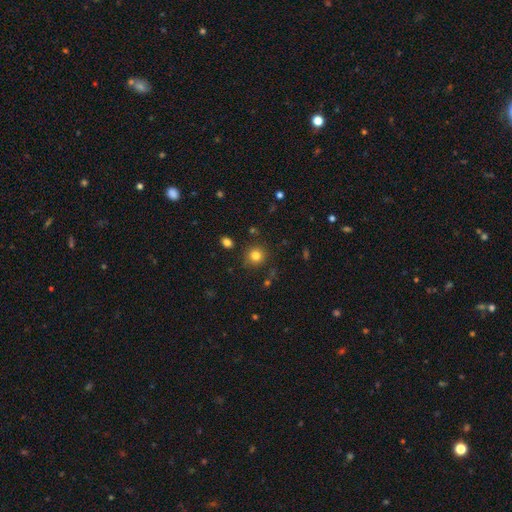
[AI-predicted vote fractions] smooth 80%, star or artifact 13%, featured or disk 7%. Down the decision tree: how rounded — round (91%); merging — none (84%).